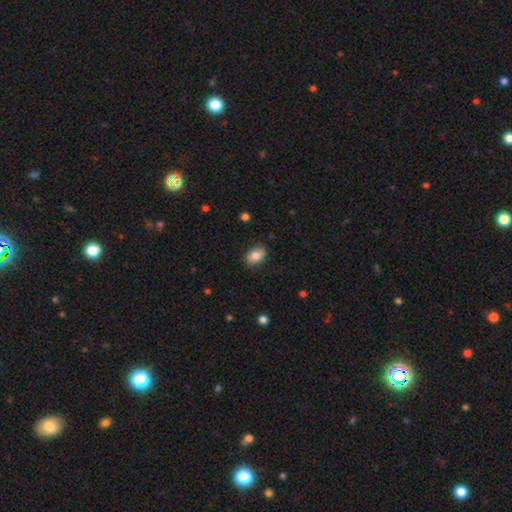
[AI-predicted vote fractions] smooth 83%, featured or disk 9%, star or artifact 8%. Down the decision tree: how rounded — in between (81%); merging — none (80%).